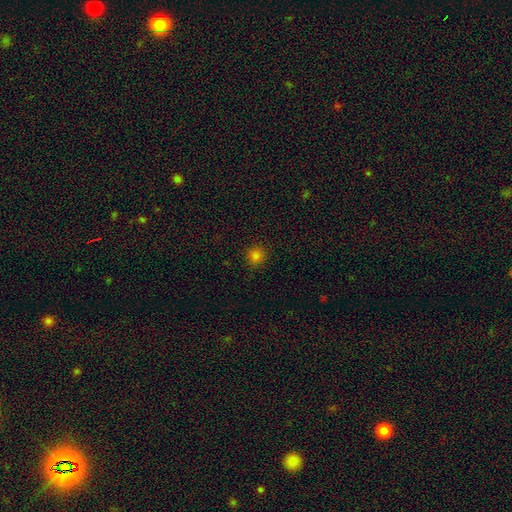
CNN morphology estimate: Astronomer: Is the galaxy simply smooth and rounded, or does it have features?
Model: smooth — 81%.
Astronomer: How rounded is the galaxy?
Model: round — 90%.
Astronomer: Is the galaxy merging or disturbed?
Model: none — 90%.